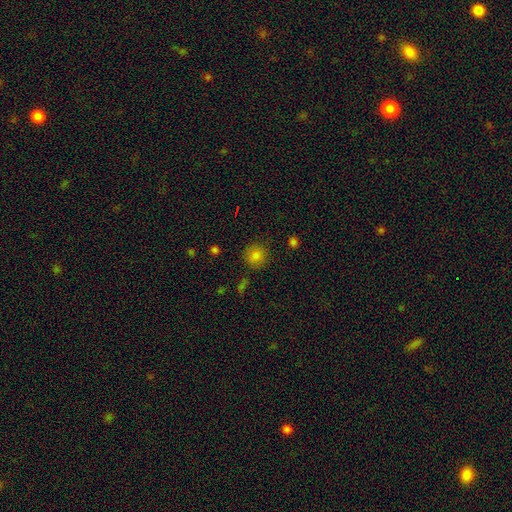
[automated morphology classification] A smooth galaxy with no disk features (81%) that is round (90%). Merging: none (85%).